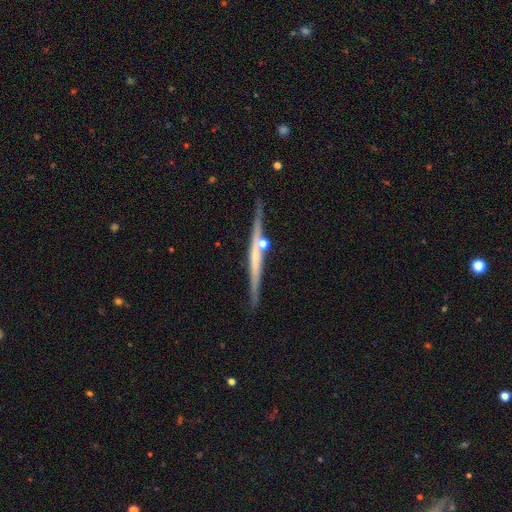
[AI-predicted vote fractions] Smooth or featured: featured or disk — 69% (smooth — 25%)
Edge-on disk: yes — 97% (no — 3%)
Edge-on bulge: none — 61% (rounded — 31%)
Merging: none — 82% (minor disturbance — 9%)